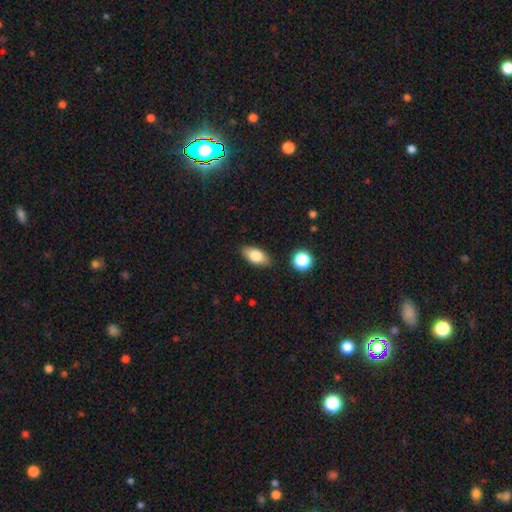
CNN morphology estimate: smooth-or-featured: smooth: 79% | featured or disk: 14% | star or artifact: 8%
  how-rounded: in between: 88% | cigar-shaped: 7% | round: 5%
  merging: none: 86% | minor disturbance: 9% | major disturbance: 2% | merger: 2%